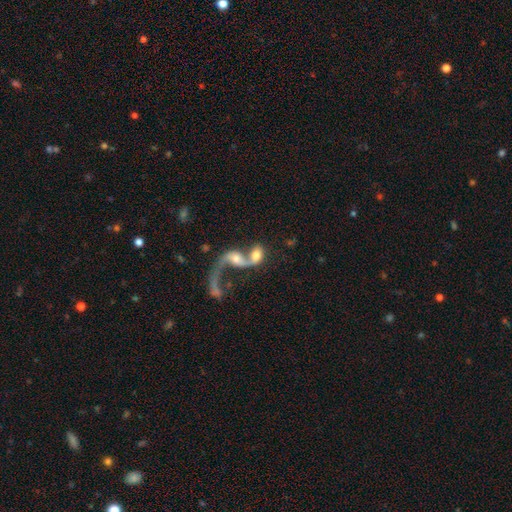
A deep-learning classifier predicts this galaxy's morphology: Smooth or featured? Predicted: featured or disk (p=0.56). Edge-on disk? Predicted: no (p=0.95). Bar? Predicted: no (p=0.65). Spiral arms? Predicted: yes (p=0.67). Bulge size? Predicted: moderate (p=0.42). Merging? Predicted: merger (p=0.73).